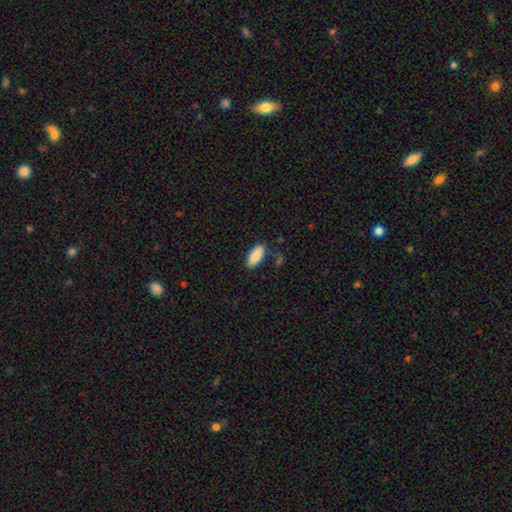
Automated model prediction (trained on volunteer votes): A smooth galaxy with no disk features (88%) that is in between round and cigar-shaped (85%).

Vote fractions:
- Smooth or featured? smooth: 88% / star or artifact: 6% / featured or disk: 5%
- How rounded? in between: 85% / cigar-shaped: 13% / round: 2%
- Merging? none: 78% / minor disturbance: 15% / merger: 4% / major disturbance: 4%